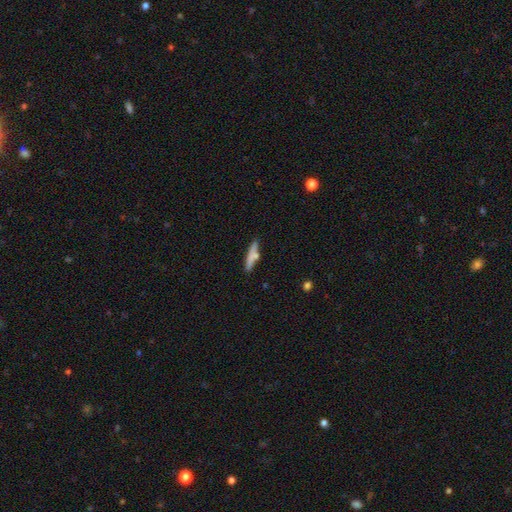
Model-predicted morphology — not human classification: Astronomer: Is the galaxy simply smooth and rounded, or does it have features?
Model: smooth — 62%.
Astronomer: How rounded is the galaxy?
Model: cigar-shaped — 89%.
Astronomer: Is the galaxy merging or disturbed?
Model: none — 77%.